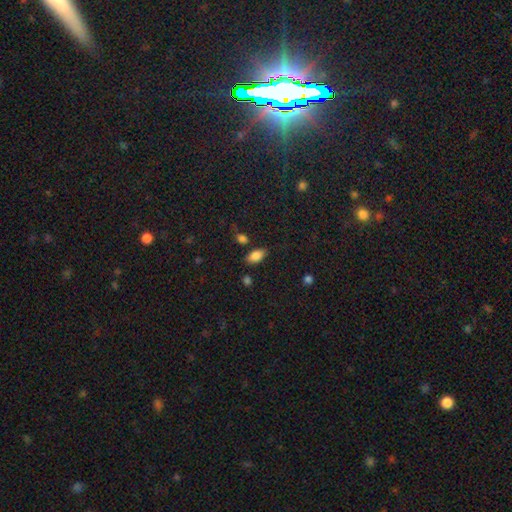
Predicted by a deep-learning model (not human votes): Smooth or featured: smooth — 85% (star or artifact — 9%)
How rounded: in between — 92% (round — 5%)
Merging: none — 80% (minor disturbance — 12%)